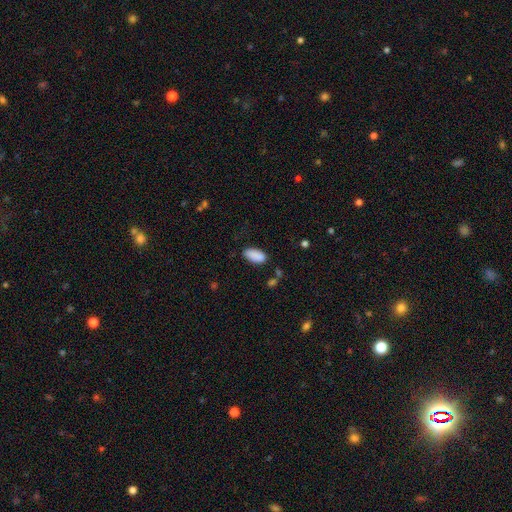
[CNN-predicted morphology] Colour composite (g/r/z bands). It shows a smooth galaxy with no disk features (88%) that is in between round and cigar-shaped (92%). Merging: none (75%).